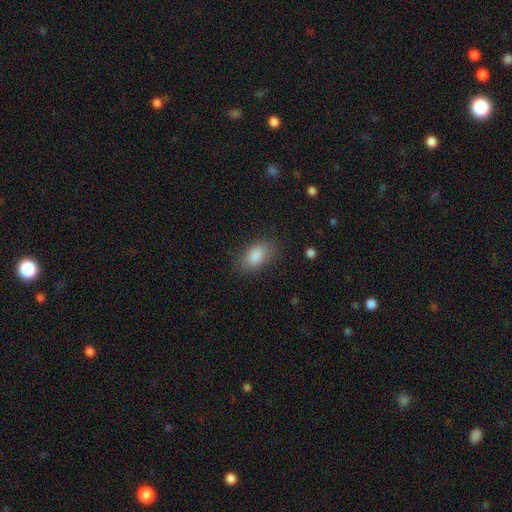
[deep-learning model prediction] Smooth or featured? smooth (86%)
How rounded? in between (91%)
Merging? none (82%)